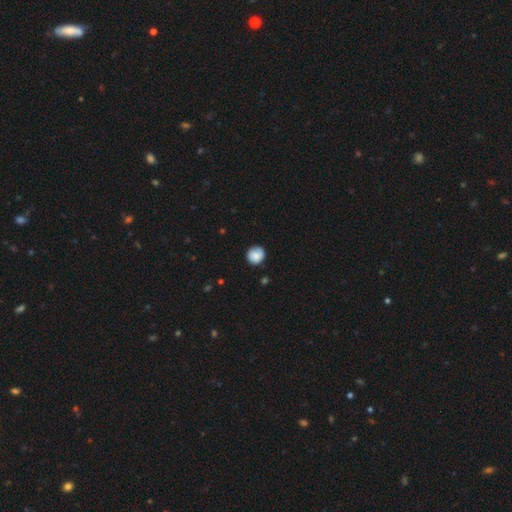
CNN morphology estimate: Q: Smooth or featured?
A: smooth (79%); runner-up: featured or disk (13%)
Q: How rounded?
A: round (91%); runner-up: in between (8%)
Q: Merging?
A: none (77%); runner-up: minor disturbance (18%)